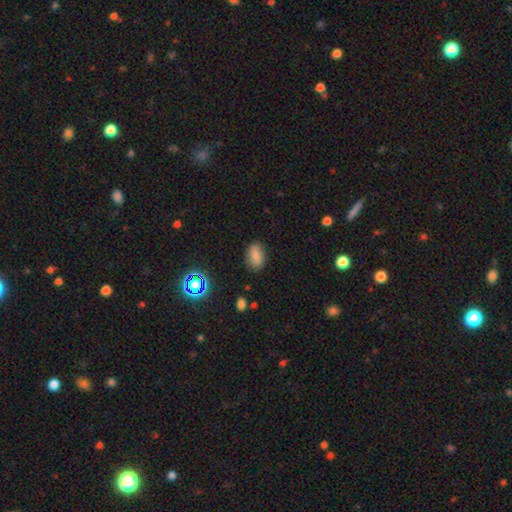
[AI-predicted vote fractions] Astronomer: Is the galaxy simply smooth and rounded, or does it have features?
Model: smooth — 81%.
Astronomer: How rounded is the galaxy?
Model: in between — 89%.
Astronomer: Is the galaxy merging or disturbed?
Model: none — 82%.